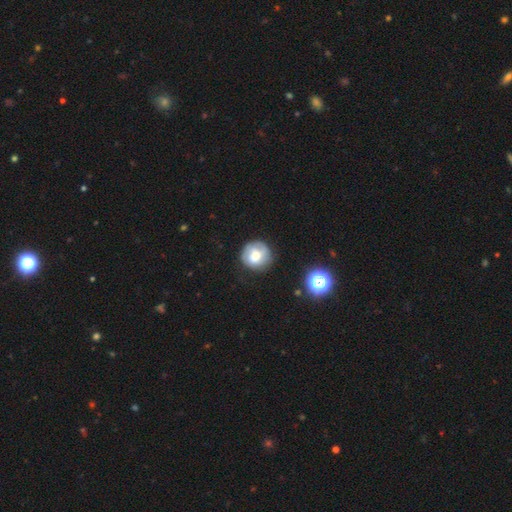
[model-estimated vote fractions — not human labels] A smooth galaxy with no disk features (60%) that is round (91%). Merging: none (74%).